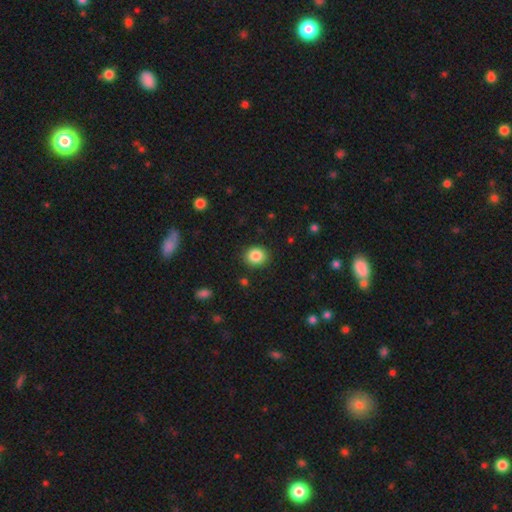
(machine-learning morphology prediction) Overall: smooth (86%). How rounded: round (78%). Merging: none (89%).